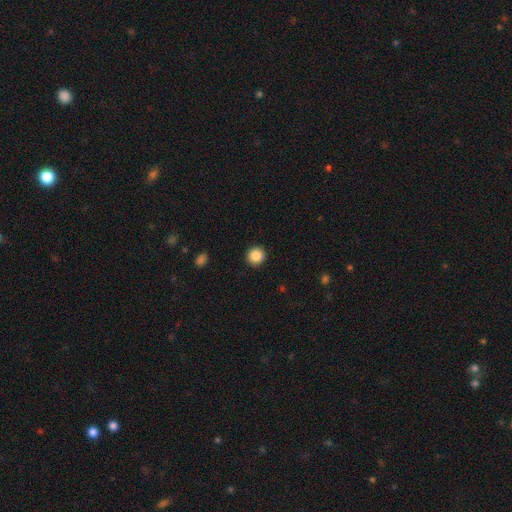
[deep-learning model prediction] smooth_or_featured: smooth (p=0.86) [alt: star or artifact p=0.09]
how_rounded: round (p=0.93) [alt: in between p=0.06]
merging: none (p=0.91) [alt: minor disturbance p=0.06]